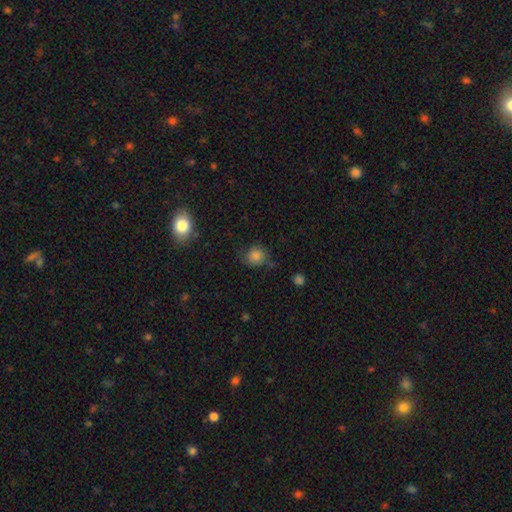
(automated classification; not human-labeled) Smooth or featured? smooth (82%)
How rounded? round (86%)
Merging? none (69%)